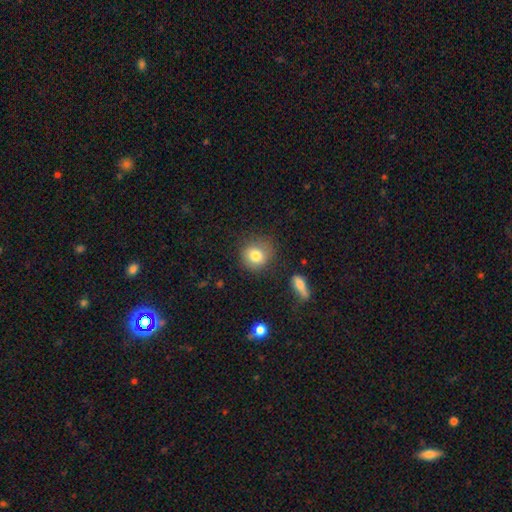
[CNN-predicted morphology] This is clearly a smooth galaxy (81%). How rounded: clearly round (80%). Merging: likely none (74%).